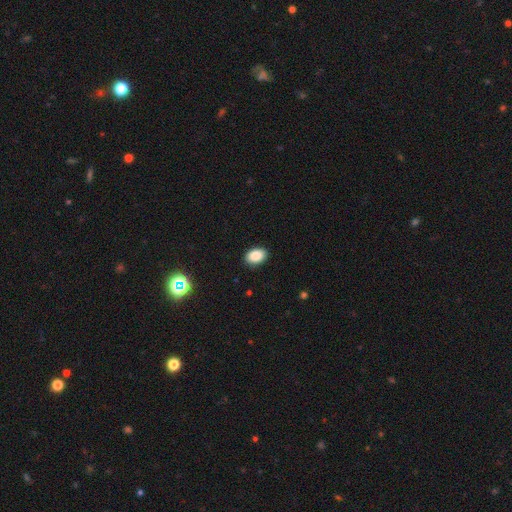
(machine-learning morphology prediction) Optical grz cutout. It shows a smooth galaxy with no disk features (88%) that is in between round and cigar-shaped (84%). Merging: none (90%).